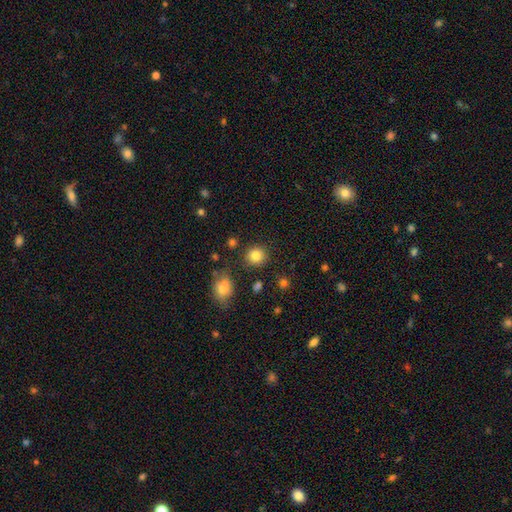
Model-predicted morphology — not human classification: The model was most divided on "smooth or featured": smooth: 83%, star or artifact: 11%, featured or disk: 6%. More confident: how rounded — round (89%); merging — none (86%).